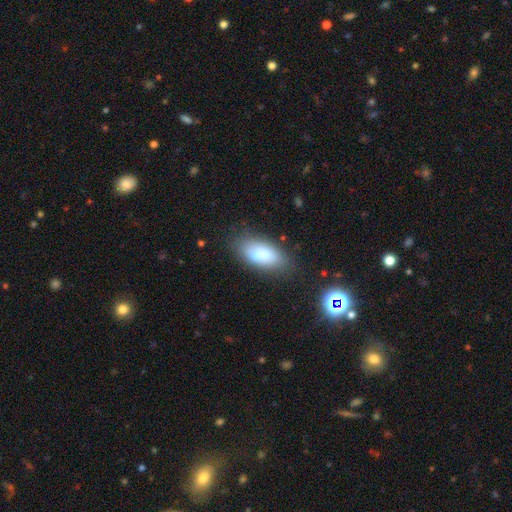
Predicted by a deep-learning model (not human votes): Morphology: type=smooth (76%); roundness=in between (85%); merging=none (66%).